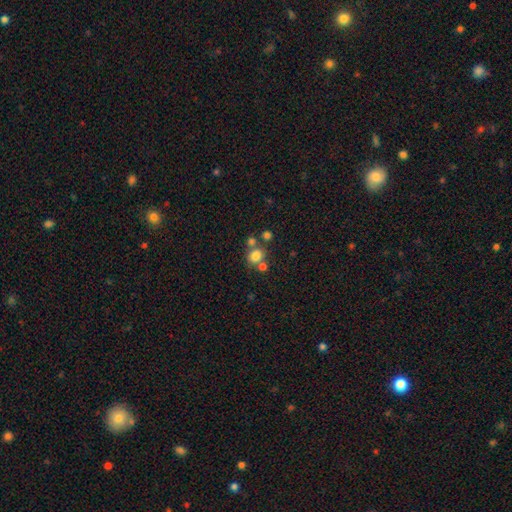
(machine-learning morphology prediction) A smooth galaxy with no disk features (77%) that is round (71%). Merging: none (57%).